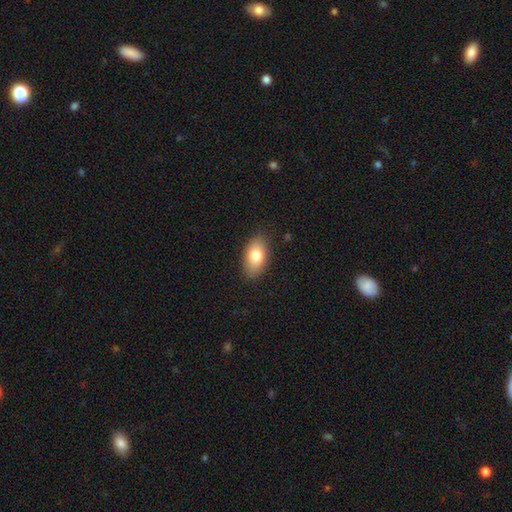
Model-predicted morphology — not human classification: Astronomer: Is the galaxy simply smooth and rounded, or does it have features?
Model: smooth — 80%.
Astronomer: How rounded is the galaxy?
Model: in between — 92%.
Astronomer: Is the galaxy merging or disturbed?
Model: none — 85%.